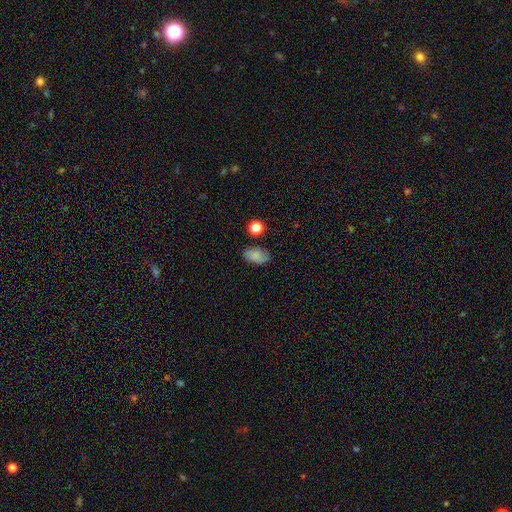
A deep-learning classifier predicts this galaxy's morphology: Smooth or featured? smooth (71%)
How rounded? in between (85%)
Merging? none (71%)